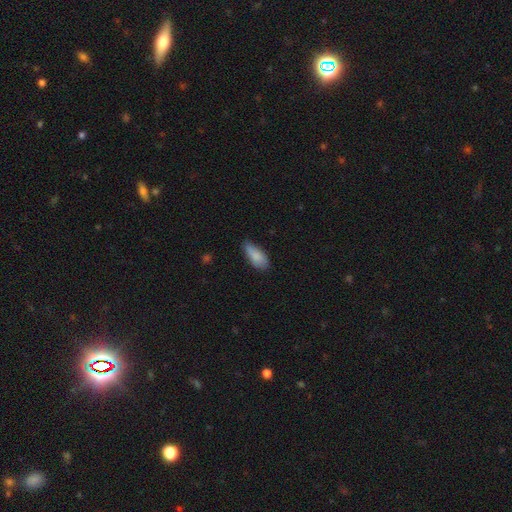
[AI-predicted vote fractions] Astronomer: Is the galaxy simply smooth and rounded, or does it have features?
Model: smooth — 83%.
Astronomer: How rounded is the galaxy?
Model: in between — 79%.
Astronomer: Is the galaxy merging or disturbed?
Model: none — 60%.